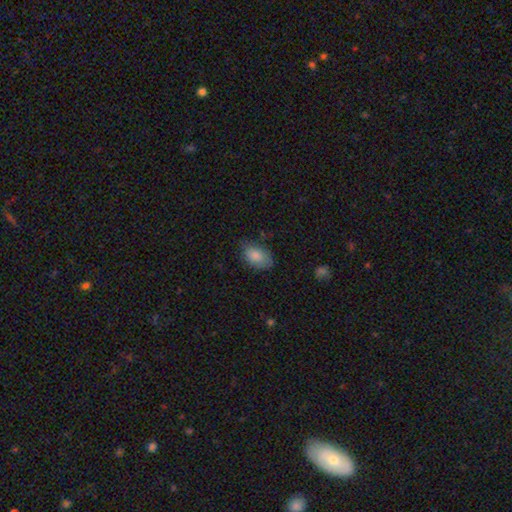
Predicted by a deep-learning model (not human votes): This appears to be a smooth galaxy with no disk features (83%) that is in between round and cigar-shaped (89%). Merging: none (72%).